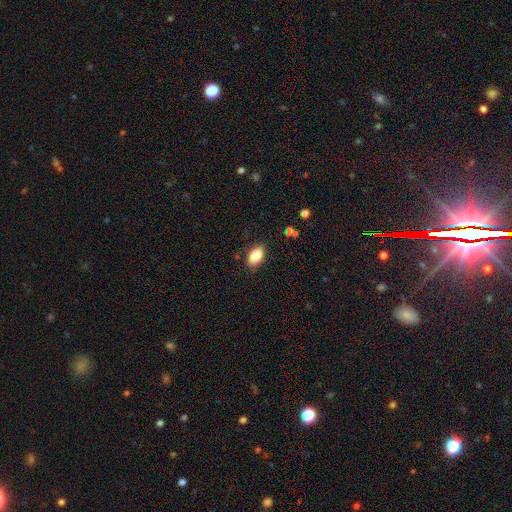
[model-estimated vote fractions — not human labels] Overall: smooth (85%). How rounded: in between (91%). Merging: none (85%).